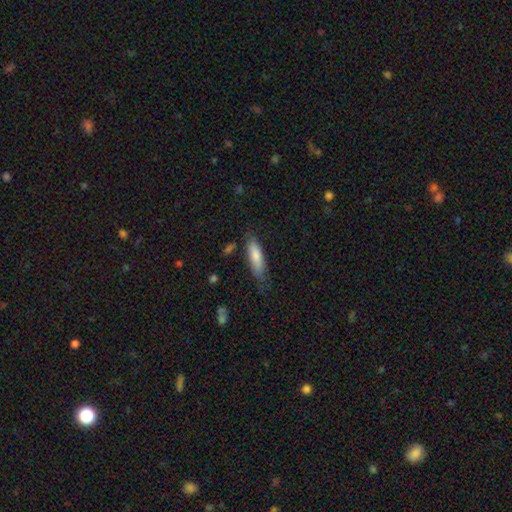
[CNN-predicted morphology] smooth 80%, featured or disk 14%, star or artifact 6%. Down the decision tree: how rounded — cigar-shaped (54%); merging — none (66%).